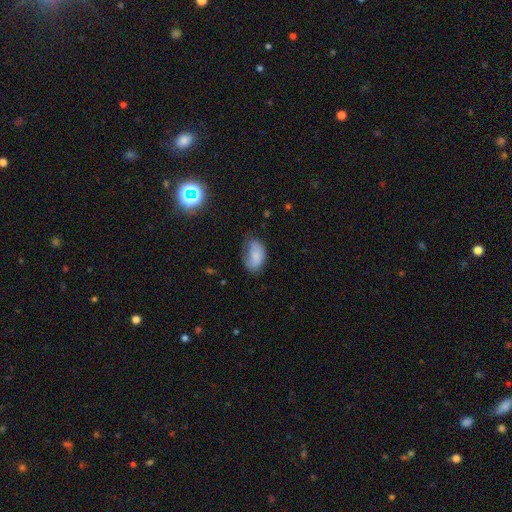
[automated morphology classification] A smooth galaxy with no disk features (80%) that is in between round and cigar-shaped (92%).

Vote fractions:
- Smooth or featured? smooth: 80% / featured or disk: 12% / star or artifact: 8%
- How rounded? in between: 92% / round: 6% / cigar-shaped: 2%
- Merging? none: 49% / minor disturbance: 34% / major disturbance: 14% / merger: 2%